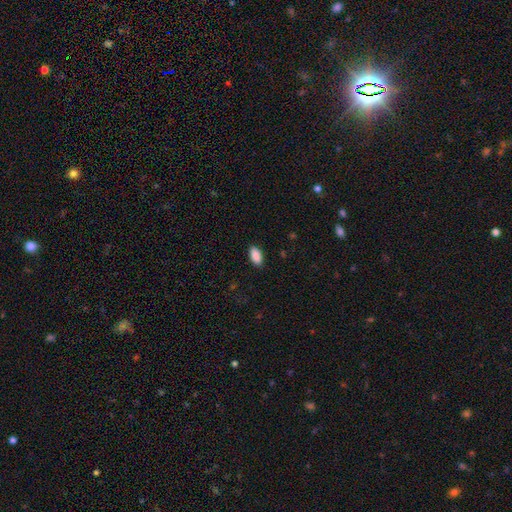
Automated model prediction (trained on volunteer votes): Smooth or featured? Predicted: smooth (p=0.90). How rounded? Predicted: in between (p=0.91). Merging? Predicted: none (p=0.88).